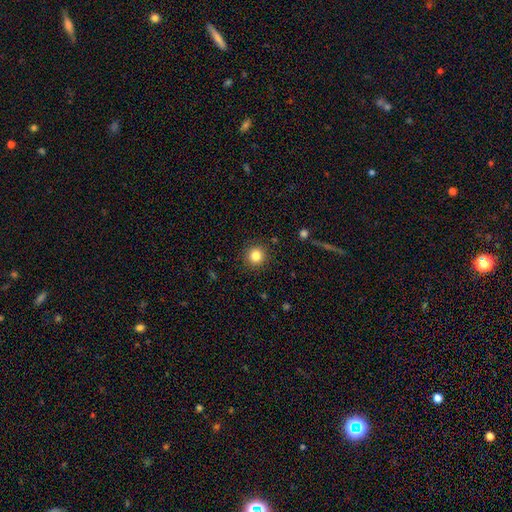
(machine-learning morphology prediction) Smooth or featured: smooth — 83% (star or artifact — 11%)
How rounded: round — 94% (in between — 5%)
Merging: none — 90% (minor disturbance — 6%)